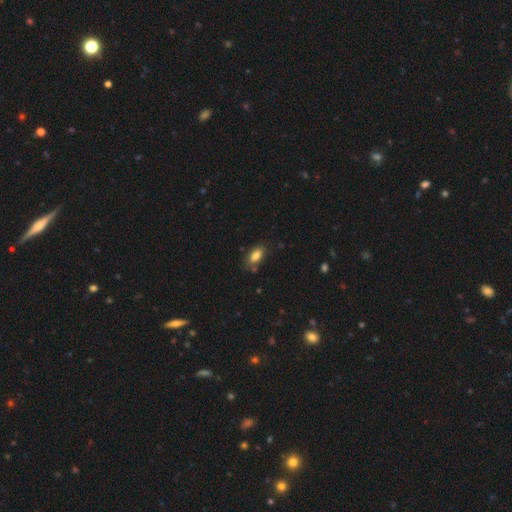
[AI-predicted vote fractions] Q: Smooth or featured?
A: smooth (83%); runner-up: featured or disk (9%)
Q: How rounded?
A: in between (90%); runner-up: round (5%)
Q: Merging?
A: none (73%); runner-up: minor disturbance (18%)